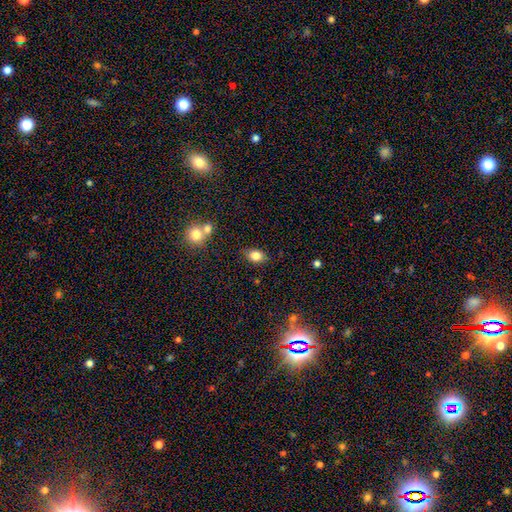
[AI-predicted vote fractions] Q: Smooth or featured?
A: smooth (82%); runner-up: star or artifact (10%)
Q: How rounded?
A: in between (79%); runner-up: round (20%)
Q: Merging?
A: none (82%); runner-up: minor disturbance (11%)